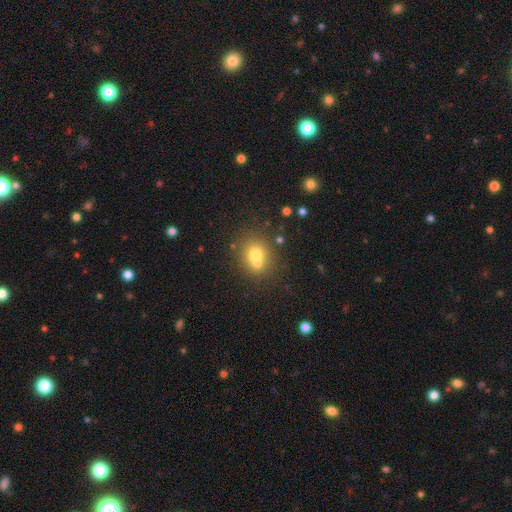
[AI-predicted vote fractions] smooth_or_featured: smooth (p=0.65) [alt: featured or disk p=0.19]
how_rounded: round (p=0.76) [alt: in between p=0.23]
merging: merger (p=0.45) [alt: none p=0.43]